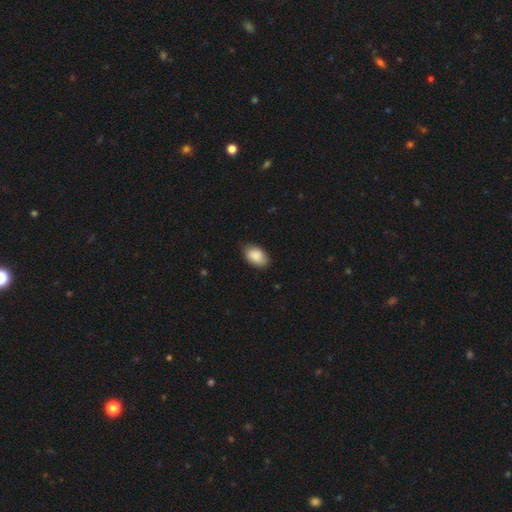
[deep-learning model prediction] Morphology: type=smooth (88%); roundness=in between (91%); merging=none (79%).